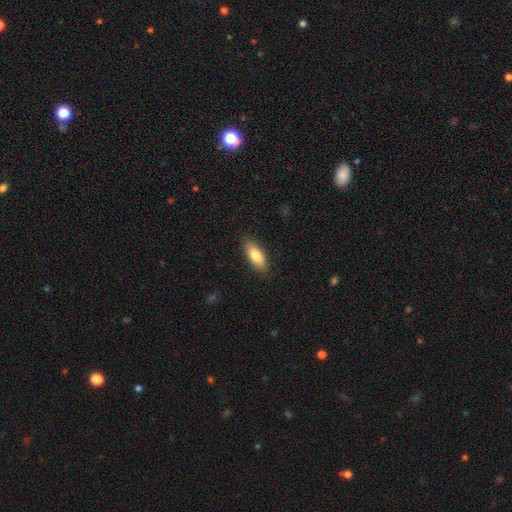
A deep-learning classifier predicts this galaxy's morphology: smooth-or-featured: smooth: 78% | featured or disk: 16% | star or artifact: 6%
  how-rounded: in between: 71% | cigar-shaped: 27% | round: 2%
  merging: none: 88% | minor disturbance: 9% | major disturbance: 2% | merger: 1%